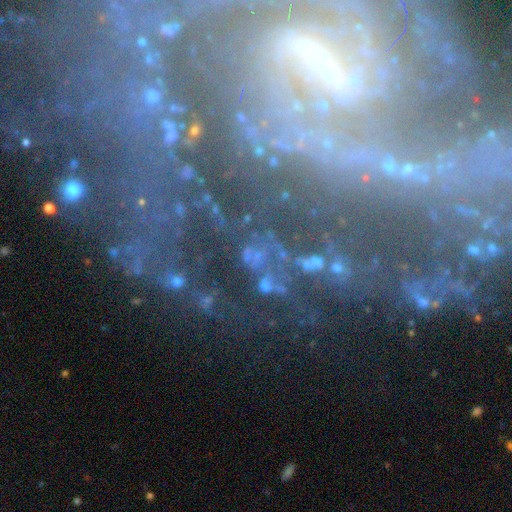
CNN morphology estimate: A star or artifact, not a galaxy (46%).

Vote fractions:
- Smooth or featured? star or artifact: 46% / featured or disk: 32% / smooth: 22%